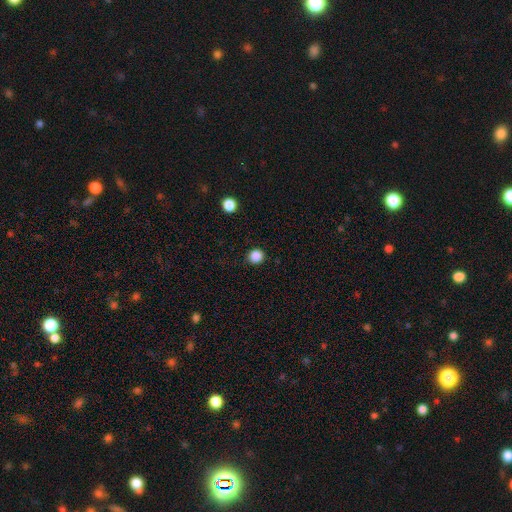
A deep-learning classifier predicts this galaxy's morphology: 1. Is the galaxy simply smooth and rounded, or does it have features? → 86% smooth, 11% star or artifact, 3% featured or disk.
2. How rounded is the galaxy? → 93% round, 7% in between, 1% cigar-shaped.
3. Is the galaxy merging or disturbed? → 91% none, 6% minor disturbance, 2% major disturbance, 1% merger.